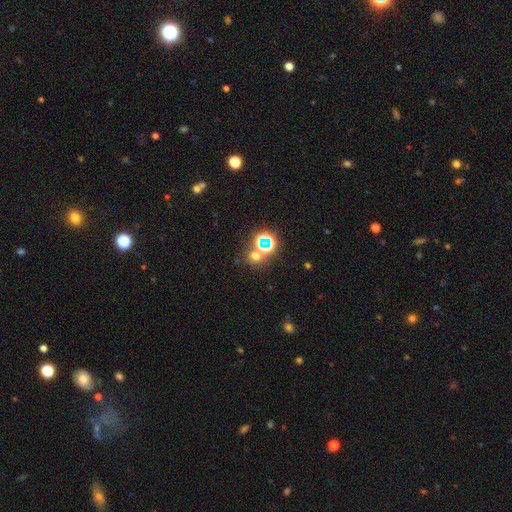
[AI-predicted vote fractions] Smooth or featured? smooth (47%)
Merging? none (66%)